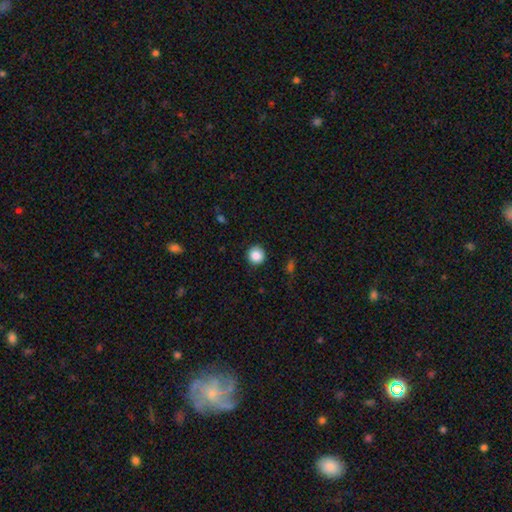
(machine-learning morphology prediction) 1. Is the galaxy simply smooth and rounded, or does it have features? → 87% smooth, 9% star or artifact, 4% featured or disk.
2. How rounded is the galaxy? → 94% round, 5% in between, 1% cigar-shaped.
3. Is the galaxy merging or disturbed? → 91% none, 6% minor disturbance, 2% major disturbance, 1% merger.